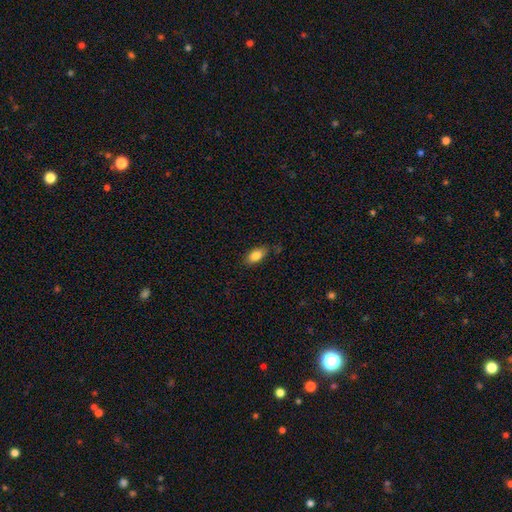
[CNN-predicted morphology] Smooth or featured? smooth (83%)
How rounded? in between (89%)
Merging? none (76%)